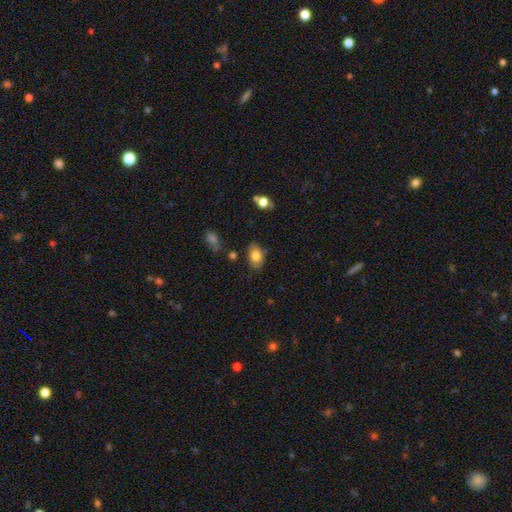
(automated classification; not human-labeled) Q: Smooth or featured?
A: smooth (80%); runner-up: featured or disk (12%)
Q: How rounded?
A: in between (87%); runner-up: round (12%)
Q: Merging?
A: none (78%); runner-up: minor disturbance (16%)